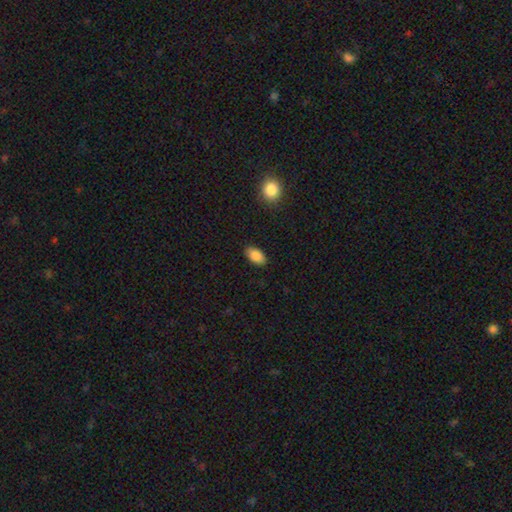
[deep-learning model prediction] This is clearly a smooth galaxy (87%). How rounded: clearly in between (94%). Merging: clearly none (88%).